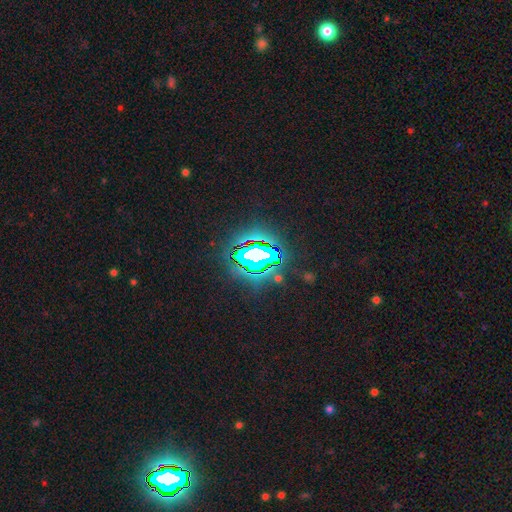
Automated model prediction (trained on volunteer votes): Smooth or featured?
  - star or artifact: 71% *
  - featured or disk: 14%
  - smooth: 14%